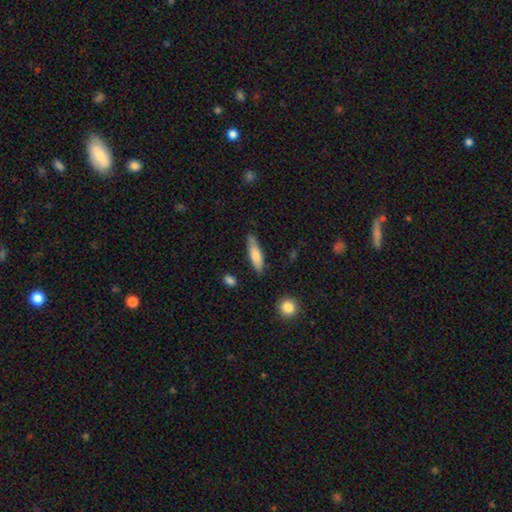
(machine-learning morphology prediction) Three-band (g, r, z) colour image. It shows a smooth galaxy with no disk features (75%) that is cigar-shaped (65%). Merging: none (77%).